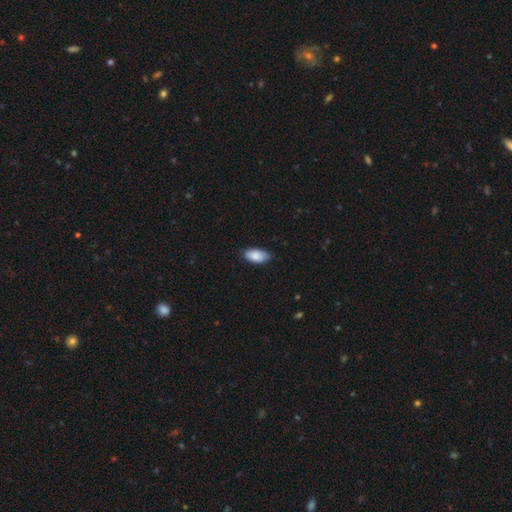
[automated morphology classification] type=smooth (87%); roundness=in between (94%); merging=none (81%).